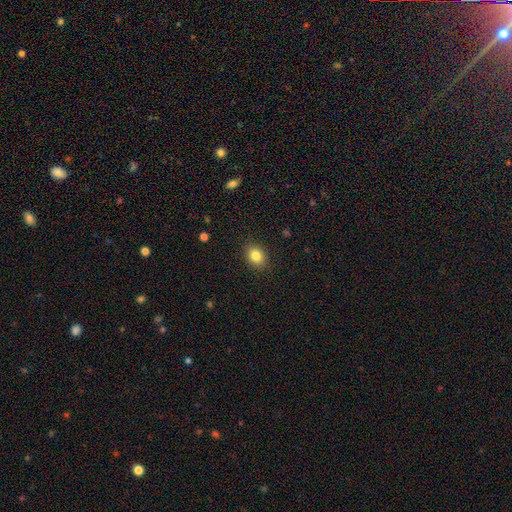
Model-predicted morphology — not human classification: The model was most divided on "how rounded": in between: 58%, round: 41%, cigar-shaped: 1%. More confident: merging — none (89%); smooth or featured — smooth (84%).